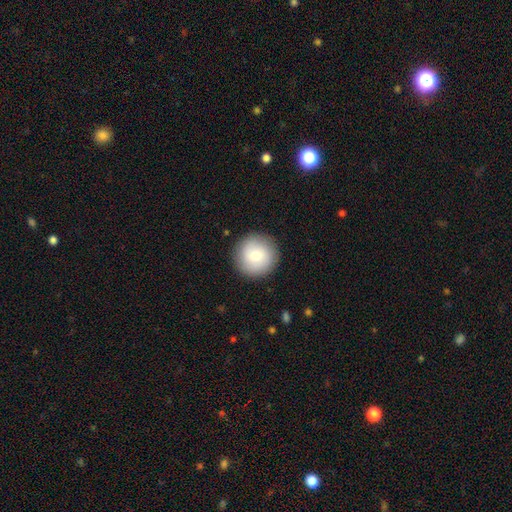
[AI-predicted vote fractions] smooth-or-featured: smooth: 76% | featured or disk: 16% | star or artifact: 8%
  how-rounded: round: 96% | in between: 3% | cigar-shaped: 1%
  merging: none: 90% | minor disturbance: 6% | major disturbance: 2% | merger: 1%